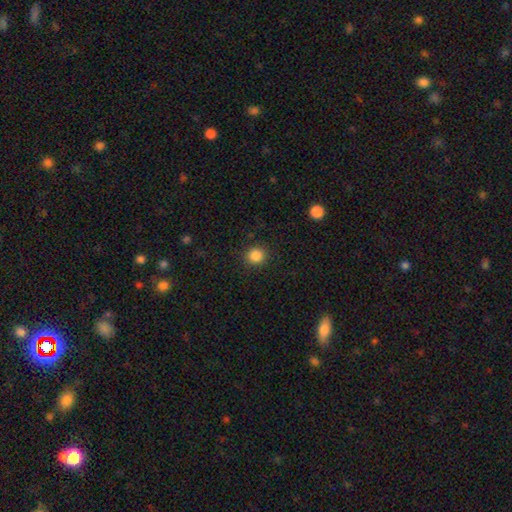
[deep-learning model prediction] Smooth or featured: smooth — 86% (star or artifact — 11%)
How rounded: round — 89% (in between — 10%)
Merging: none — 90% (minor disturbance — 7%)